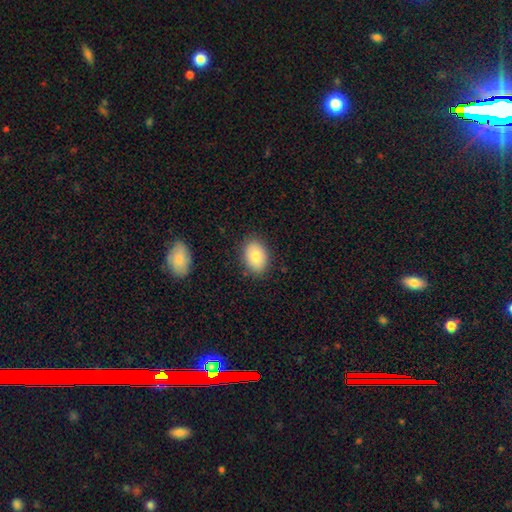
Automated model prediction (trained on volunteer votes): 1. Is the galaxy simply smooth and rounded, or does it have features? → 81% smooth, 12% featured or disk, 8% star or artifact.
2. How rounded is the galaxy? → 80% in between, 19% round, 1% cigar-shaped.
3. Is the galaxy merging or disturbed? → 86% none, 10% minor disturbance, 3% major disturbance, 1% merger.